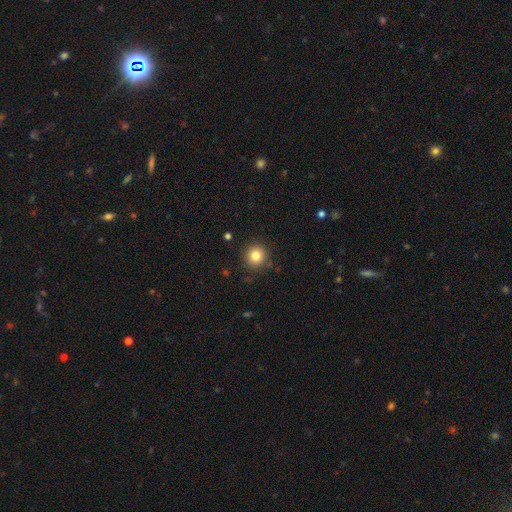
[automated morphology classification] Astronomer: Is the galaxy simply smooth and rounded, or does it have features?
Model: smooth — 83%.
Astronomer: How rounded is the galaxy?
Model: round — 93%.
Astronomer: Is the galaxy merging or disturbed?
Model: none — 88%.